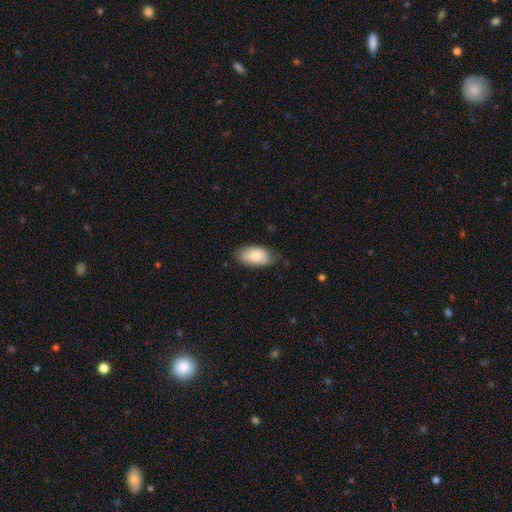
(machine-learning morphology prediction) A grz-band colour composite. It shows a smooth galaxy with no disk features (78%) that is in between round and cigar-shaped (94%). Merging: none (67%).